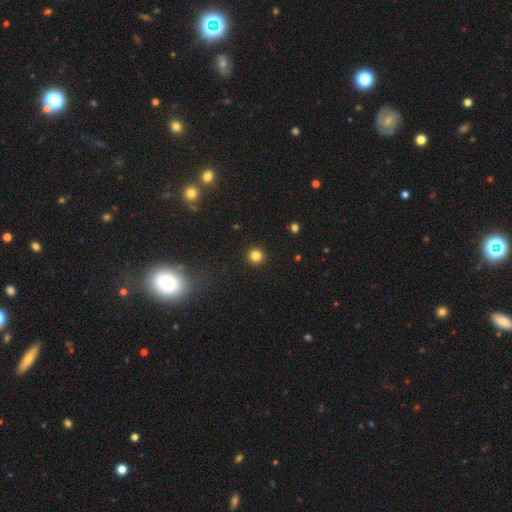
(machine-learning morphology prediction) Q: Smooth or featured?
A: smooth (83%); runner-up: star or artifact (13%)
Q: How rounded?
A: round (95%); runner-up: in between (4%)
Q: Merging?
A: none (93%); runner-up: minor disturbance (4%)